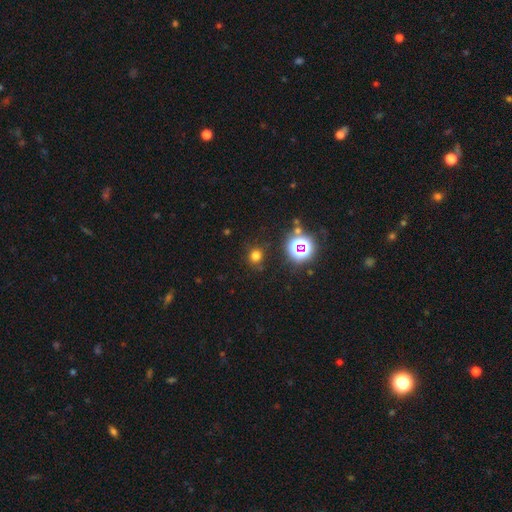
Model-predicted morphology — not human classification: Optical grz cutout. It shows a smooth galaxy with no disk features (69%) that is round (86%). Merging: none (84%).